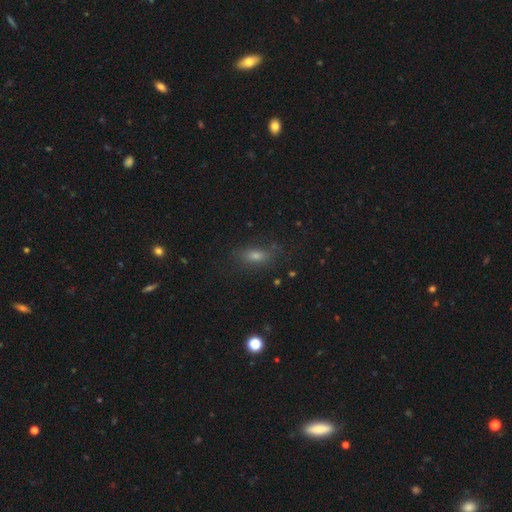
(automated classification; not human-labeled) Smooth or featured?
  - smooth: 61% *
  - star or artifact: 20%
  - featured or disk: 18%
How rounded?
  - in between: 67% *
  - cigar-shaped: 23%
  - round: 10%
Merging?
  - none: 75% *
  - minor disturbance: 16%
  - major disturbance: 7%
  - merger: 2%